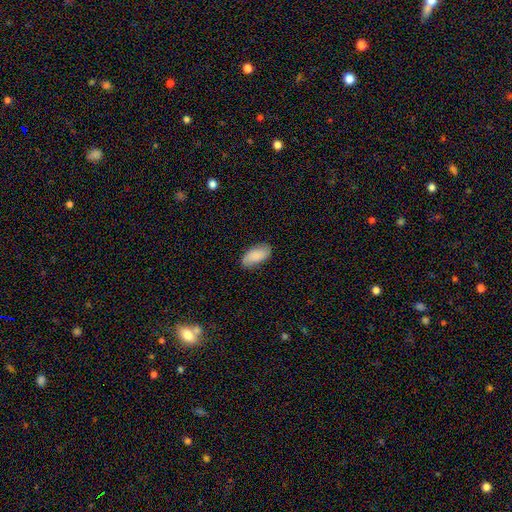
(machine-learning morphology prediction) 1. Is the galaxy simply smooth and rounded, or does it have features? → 83% smooth, 10% featured or disk, 6% star or artifact.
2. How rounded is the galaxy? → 94% in between, 4% cigar-shaped, 2% round.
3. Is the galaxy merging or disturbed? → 82% none, 14% minor disturbance, 3% major disturbance, 1% merger.